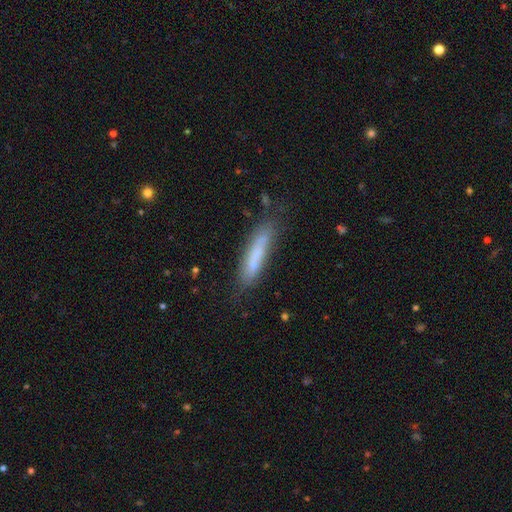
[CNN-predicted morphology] A smooth galaxy with no disk features (71%) that is cigar-shaped (84%). Merging: none (70%).